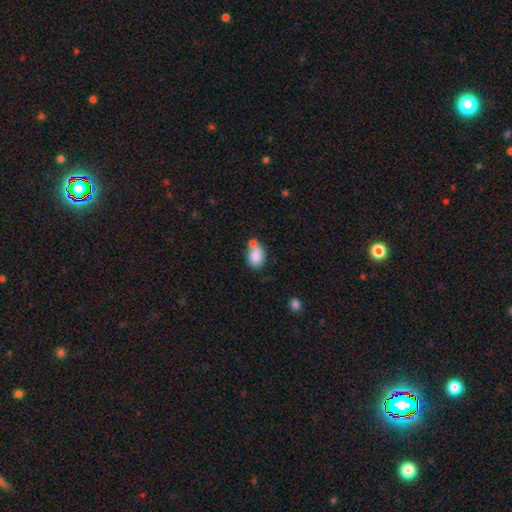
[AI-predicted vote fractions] Smooth or featured? smooth (83%)
How rounded? in between (74%)
Merging? none (52%)